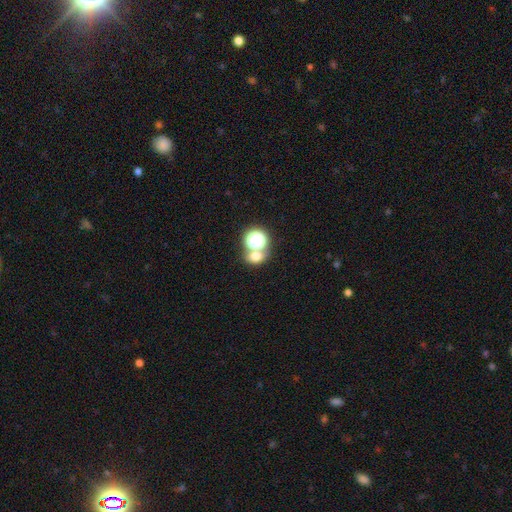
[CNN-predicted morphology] Q: Smooth or featured?
A: smooth (67%); runner-up: star or artifact (24%)
Q: How rounded?
A: round (60%); runner-up: in between (39%)
Q: Merging?
A: none (53%); runner-up: merger (35%)